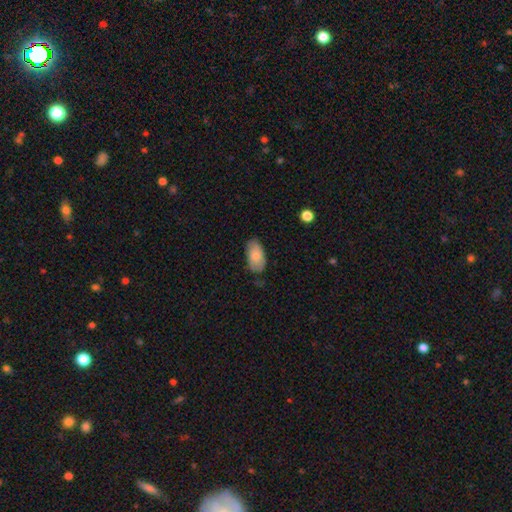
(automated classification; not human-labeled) Morphology: type=smooth (80%); roundness=in between (94%); merging=none (70%).